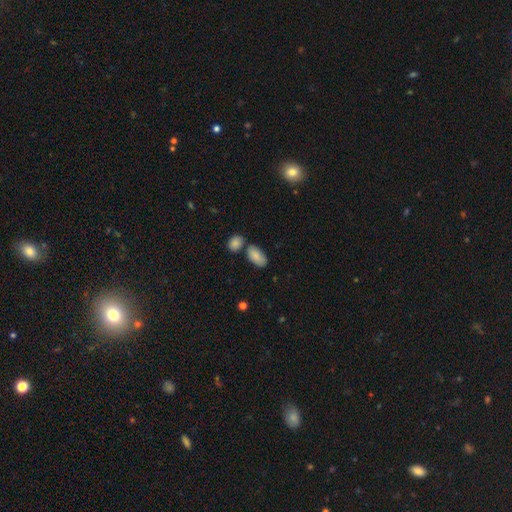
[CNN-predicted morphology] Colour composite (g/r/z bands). It shows a smooth galaxy with no disk features (83%) that is in between round and cigar-shaped (93%). Merging: none (62%).